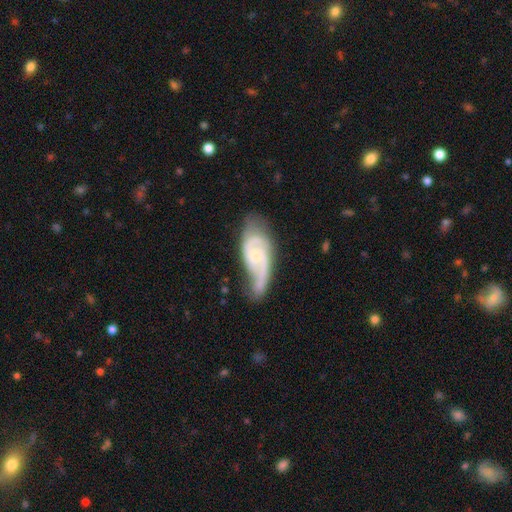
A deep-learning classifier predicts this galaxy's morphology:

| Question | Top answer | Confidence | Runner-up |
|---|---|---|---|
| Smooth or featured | featured or disk | 86% | smooth (9%) |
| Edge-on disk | no | 95% | yes (5%) |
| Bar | no | 50% | weak (40%) |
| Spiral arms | yes | 97% | no (3%) |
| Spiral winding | medium | 51% | tight (29%) |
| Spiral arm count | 2 | 79% | can't tell (6%) |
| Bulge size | small | 63% | moderate (24%) |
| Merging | none | 58% | minor disturbance (26%) |